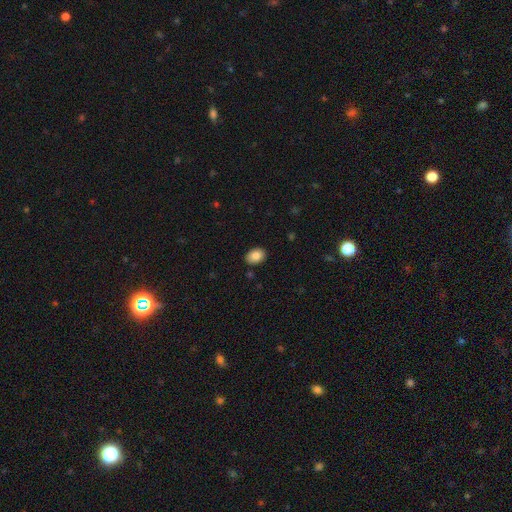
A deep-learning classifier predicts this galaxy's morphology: Smooth or featured: smooth — 86% (star or artifact — 8%)
How rounded: in between — 76% (round — 23%)
Merging: none — 88% (minor disturbance — 9%)